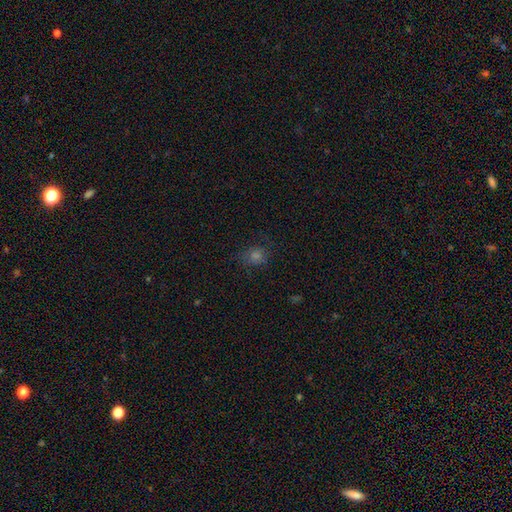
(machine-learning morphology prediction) A smooth galaxy with no disk features (56%) that is round (74%). Merging: none (73%).